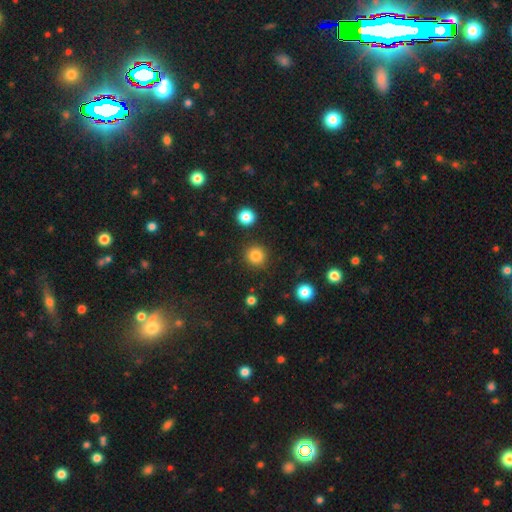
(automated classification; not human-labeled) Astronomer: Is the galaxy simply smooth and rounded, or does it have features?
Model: smooth — 84%.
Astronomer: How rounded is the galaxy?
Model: round — 93%.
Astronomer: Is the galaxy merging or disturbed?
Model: none — 90%.